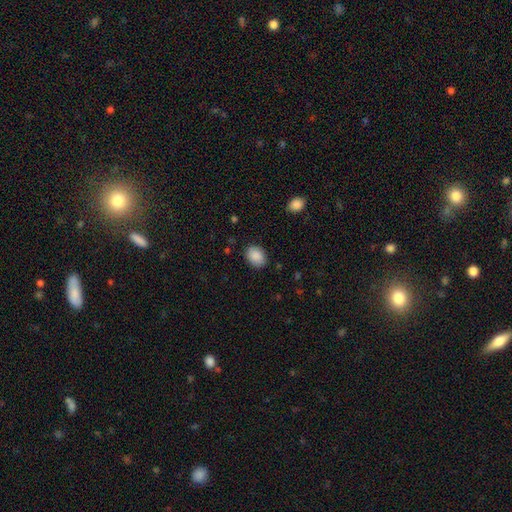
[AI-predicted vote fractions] A smooth galaxy with no disk features (89%) that is in between round and cigar-shaped (67%). Merging: none (86%).